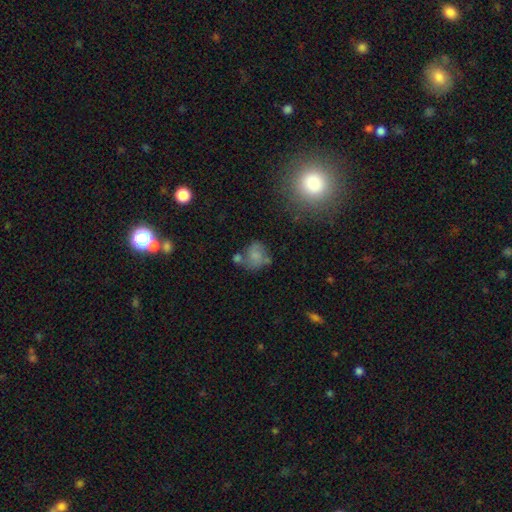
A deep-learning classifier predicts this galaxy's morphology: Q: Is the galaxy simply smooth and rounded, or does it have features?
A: smooth — 64%.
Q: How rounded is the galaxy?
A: round — 66%.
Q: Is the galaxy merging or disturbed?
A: none — 40%.